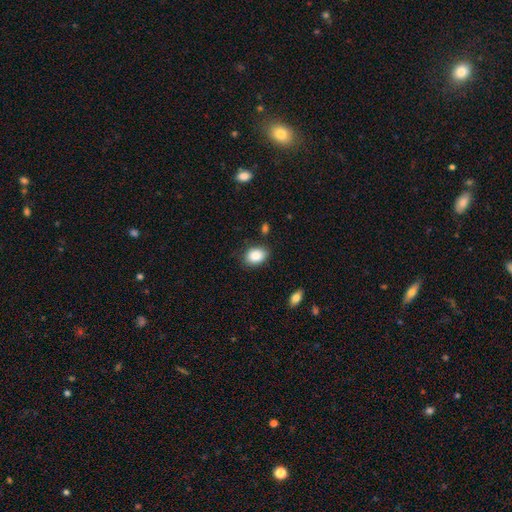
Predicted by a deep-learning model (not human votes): Smooth or featured? smooth (87%)
How rounded? in between (75%)
Merging? none (79%)